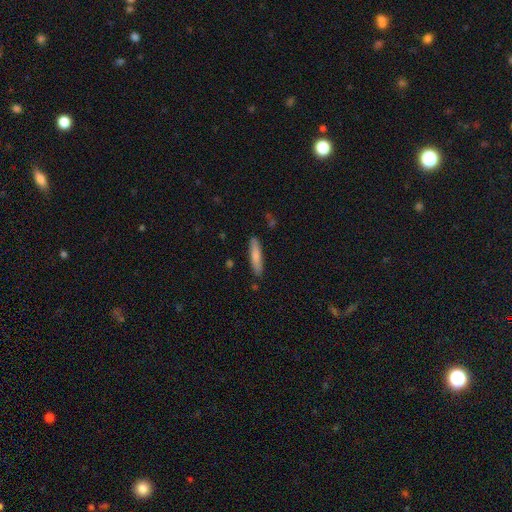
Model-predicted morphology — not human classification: Smooth or featured? Predicted: smooth (p=0.78). How rounded? Predicted: cigar-shaped (p=0.86). Merging? Predicted: none (p=0.86).